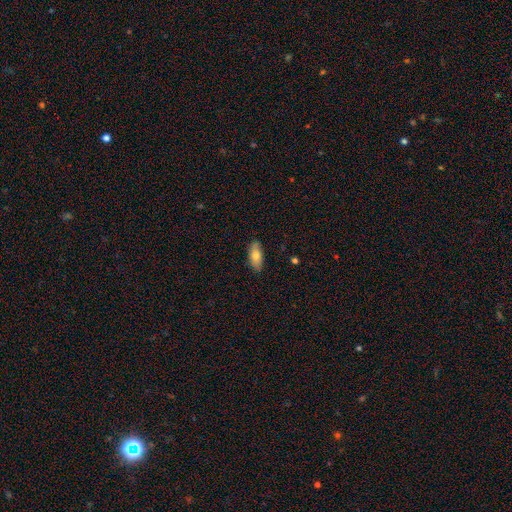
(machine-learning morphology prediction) This is likely a smooth galaxy (75%). How rounded: clearly in between (82%). Merging: clearly none (86%).